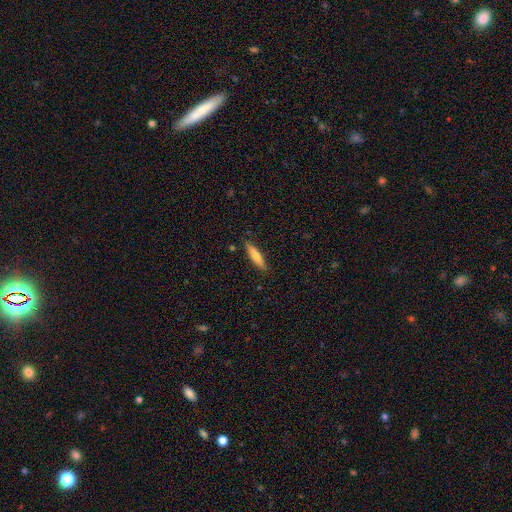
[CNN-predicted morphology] Smooth or featured: smooth — 72% (featured or disk — 22%)
How rounded: cigar-shaped — 83% (in between — 16%)
Merging: none — 88% (minor disturbance — 9%)